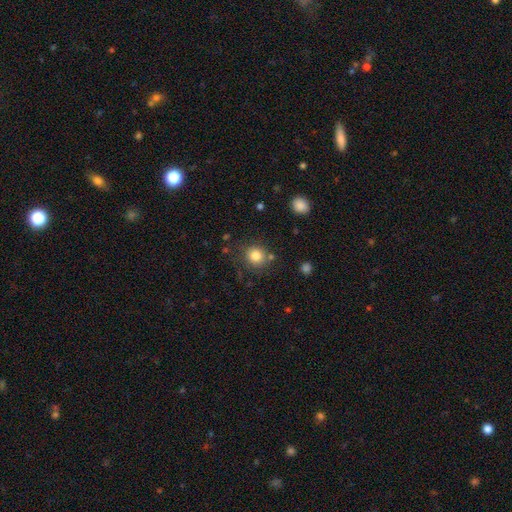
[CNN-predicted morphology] A smooth galaxy with no disk features (82%) that is round (87%). Merging: none (79%).